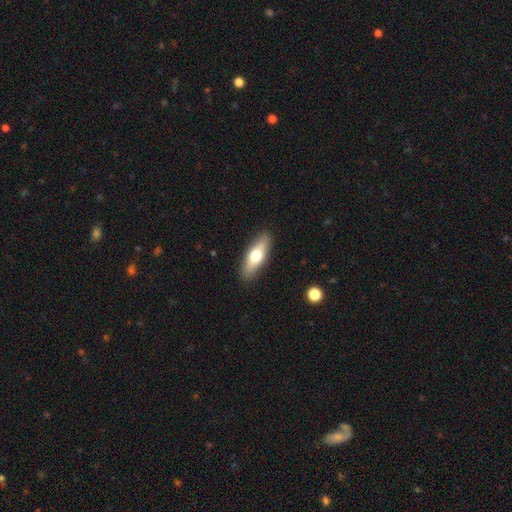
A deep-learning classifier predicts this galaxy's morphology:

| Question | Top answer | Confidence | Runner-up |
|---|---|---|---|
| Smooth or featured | smooth | 60% | featured or disk (35%) |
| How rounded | in between | 57% | cigar-shaped (40%) |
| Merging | none | 89% | minor disturbance (8%) |